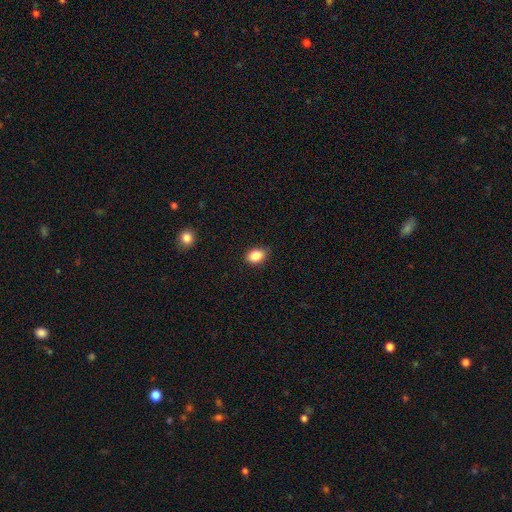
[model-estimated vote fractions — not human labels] This appears to be a smooth galaxy with no disk features (87%) that is in between round and cigar-shaped (76%). Merging: none (82%).